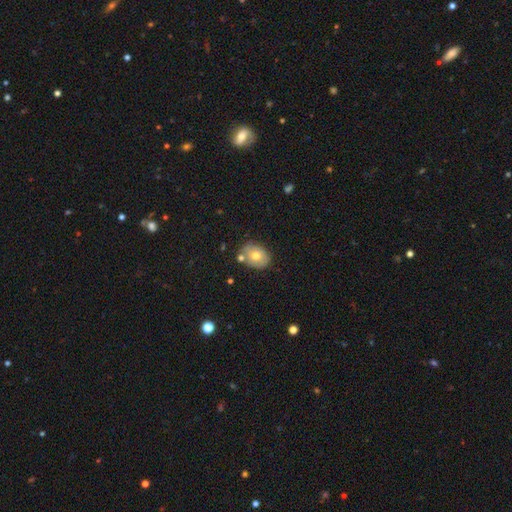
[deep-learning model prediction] Smooth or featured: smooth — 68% (featured or disk — 23%)
How rounded: in between — 61% (round — 38%)
Merging: none — 68% (minor disturbance — 17%)